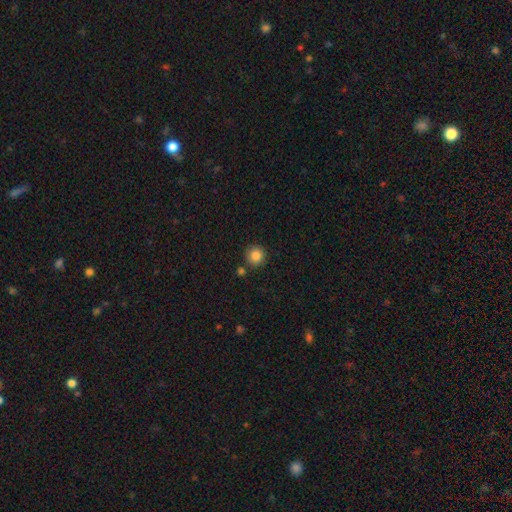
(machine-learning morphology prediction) Smooth or featured? smooth (85%)
How rounded? round (93%)
Merging? none (84%)